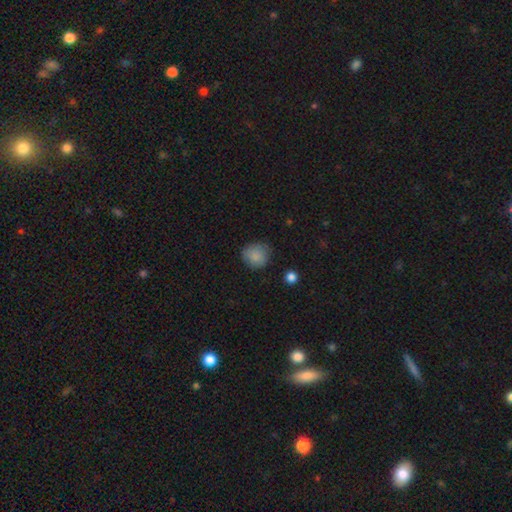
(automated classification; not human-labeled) Morphology: type=smooth (86%); roundness=round (83%); merging=none (76%).